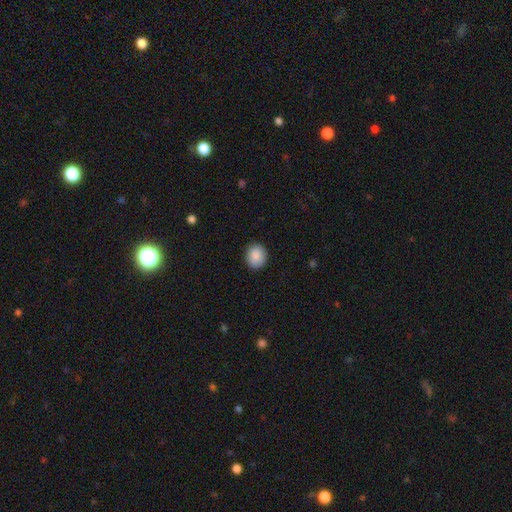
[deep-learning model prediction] smooth-or-featured: smooth: 89% | star or artifact: 8% | featured or disk: 4%
  how-rounded: round: 70% | in between: 29% | cigar-shaped: 1%
  merging: none: 89% | minor disturbance: 8% | major disturbance: 2% | merger: 1%